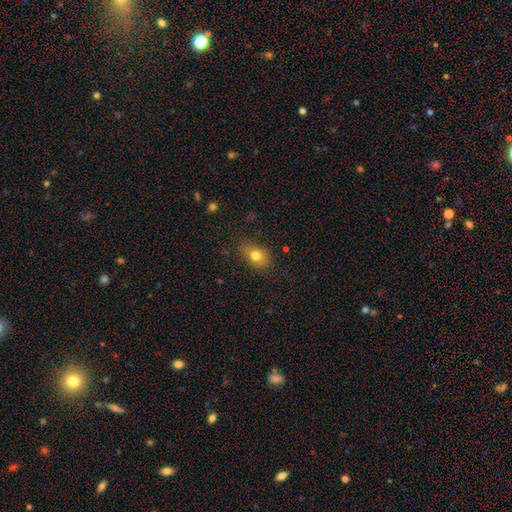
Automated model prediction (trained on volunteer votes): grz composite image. It shows a smooth galaxy with no disk features (76%) that is in between round and cigar-shaped (61%). Merging: none (75%).